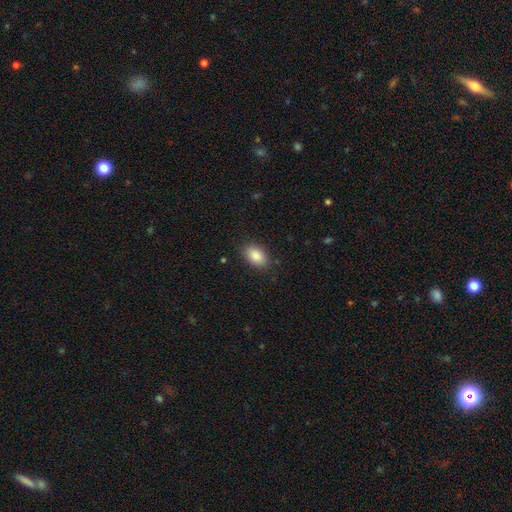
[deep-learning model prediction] Smooth or featured? smooth (88%)
How rounded? in between (88%)
Merging? none (85%)